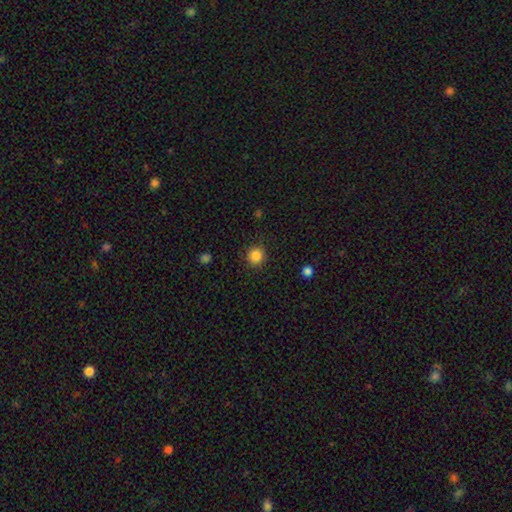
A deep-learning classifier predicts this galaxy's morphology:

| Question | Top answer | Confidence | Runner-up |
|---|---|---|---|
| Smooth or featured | smooth | 86% | star or artifact (11%) |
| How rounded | round | 94% | in between (5%) |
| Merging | none | 91% | minor disturbance (6%) |